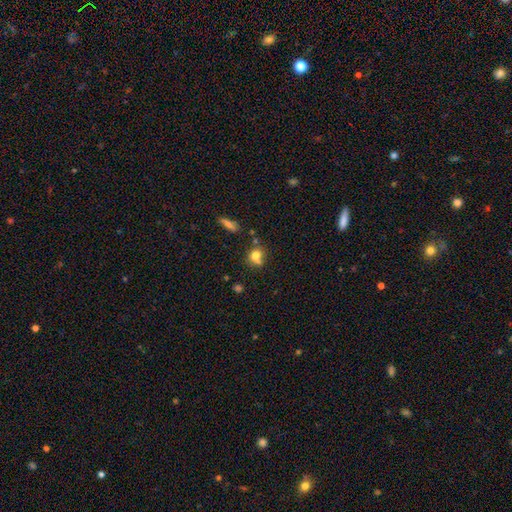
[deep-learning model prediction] Smooth or featured: smooth — 72% (featured or disk — 14%)
How rounded: round — 70% (in between — 28%)
Merging: none — 45% (merger — 33%)